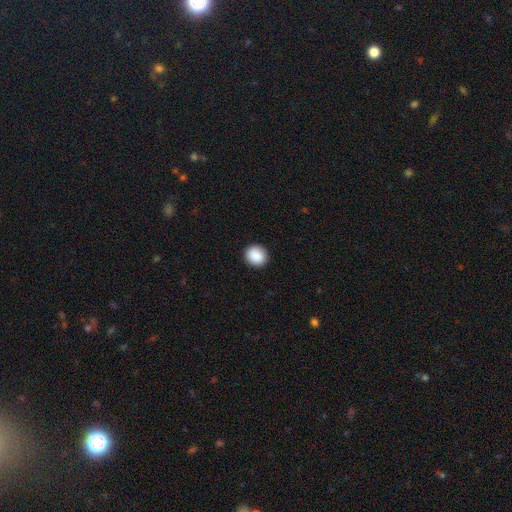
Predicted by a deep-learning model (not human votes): A smooth galaxy with no disk features (89%) that is round (82%). Merging: none (91%).